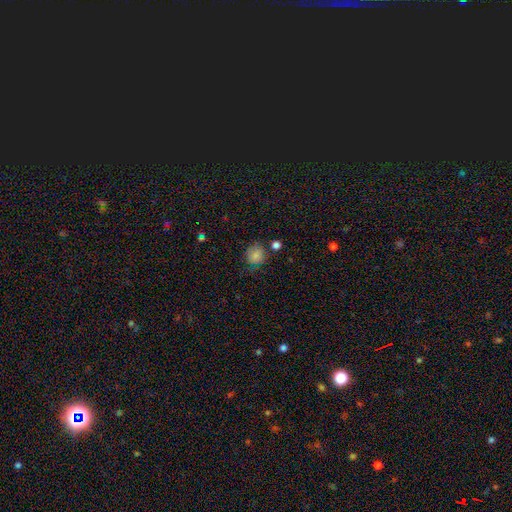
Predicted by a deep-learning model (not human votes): This is clearly a smooth galaxy (82%). How rounded: likely round (77%). Merging: likely none (71%).